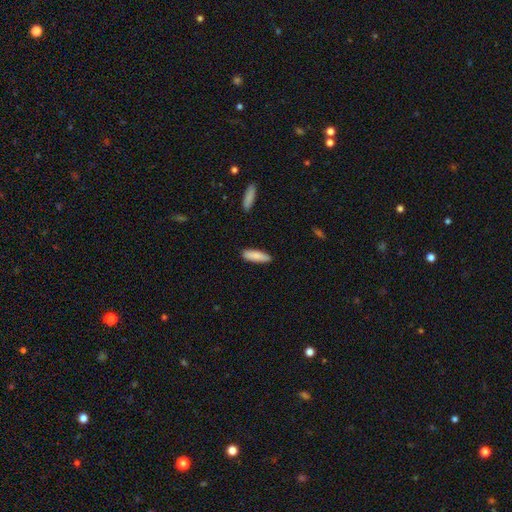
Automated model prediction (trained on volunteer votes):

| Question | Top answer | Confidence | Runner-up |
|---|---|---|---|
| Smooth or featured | smooth | 87% | featured or disk (8%) |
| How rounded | cigar-shaped | 55% | in between (44%) |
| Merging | none | 87% | minor disturbance (9%) |